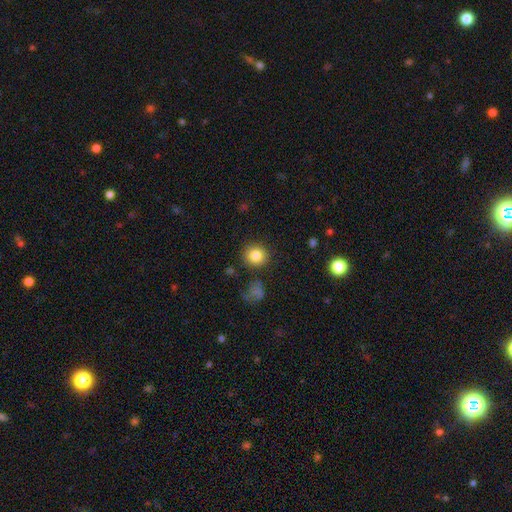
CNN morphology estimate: The model was most divided on "smooth or featured": smooth: 84%, star or artifact: 10%, featured or disk: 6%. More confident: how rounded — round (90%); merging — none (87%).